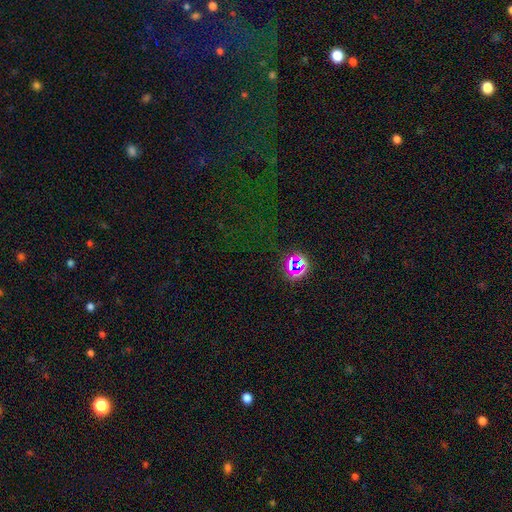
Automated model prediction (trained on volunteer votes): star or artifact 76%, smooth 15%, featured or disk 8%.